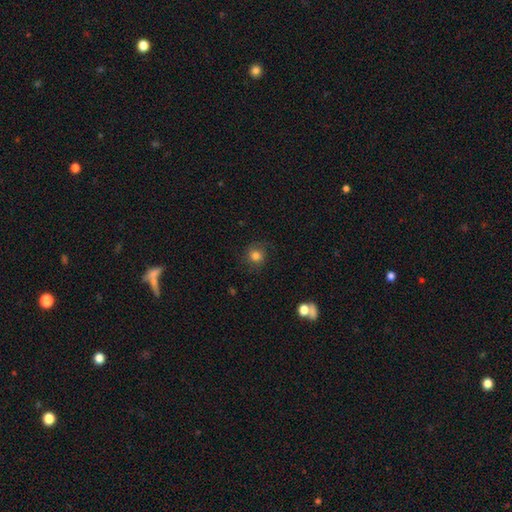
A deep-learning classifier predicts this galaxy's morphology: smooth_or_featured: smooth (p=0.77) [alt: star or artifact p=0.12]
how_rounded: round (p=0.87) [alt: in between p=0.12]
merging: none (p=0.74) [alt: minor disturbance p=0.16]